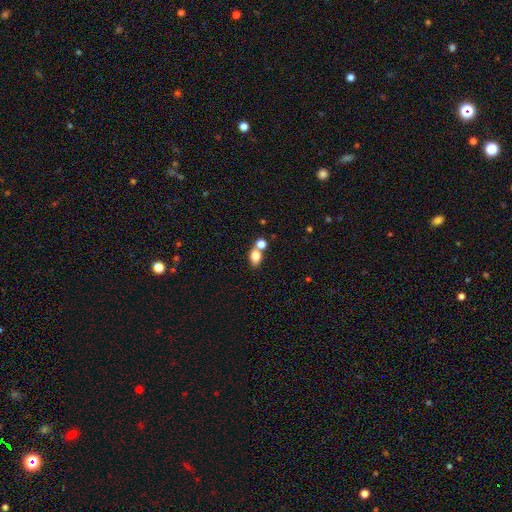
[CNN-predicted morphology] Q: Smooth or featured?
A: smooth (80%); runner-up: star or artifact (11%)
Q: How rounded?
A: in between (74%); runner-up: round (24%)
Q: Merging?
A: none (50%); runner-up: merger (36%)